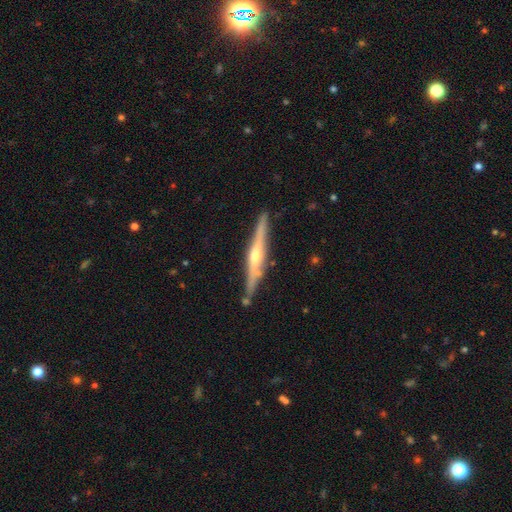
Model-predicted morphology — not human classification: smooth_or_featured: featured or disk (p=0.80) [alt: smooth p=0.15]
disk_edge_on: yes (p=0.97) [alt: no p=0.03]
edge_on_bulge: rounded (p=0.83) [alt: boxy p=0.10]
merging: none (p=0.86) [alt: minor disturbance p=0.10]